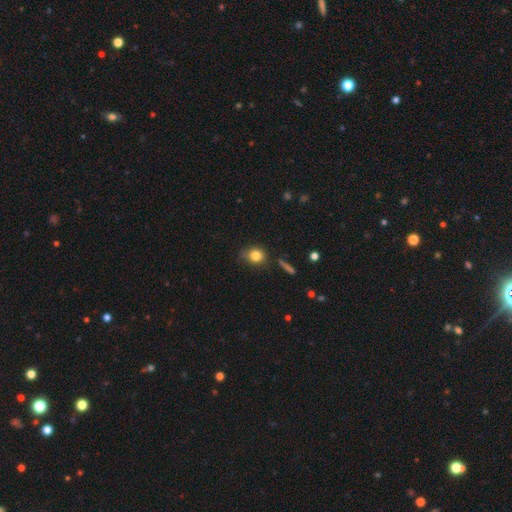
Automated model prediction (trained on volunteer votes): A smooth galaxy with no disk features (80%) that is round (58%).

Vote fractions:
- Smooth or featured? smooth: 80% / star or artifact: 11% / featured or disk: 9%
- How rounded? round: 58% / in between: 40% / cigar-shaped: 2%
- Merging? none: 64% / minor disturbance: 26% / major disturbance: 7% / merger: 3%